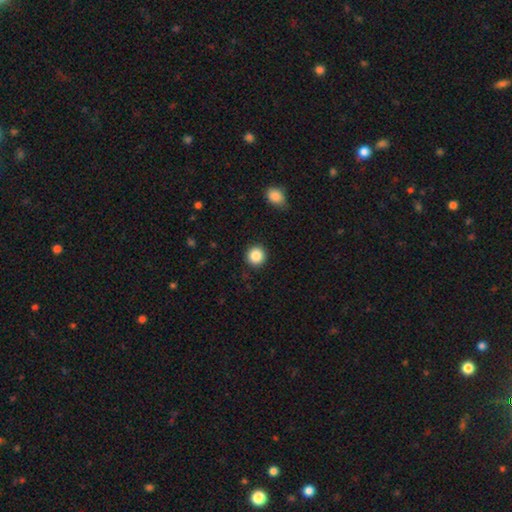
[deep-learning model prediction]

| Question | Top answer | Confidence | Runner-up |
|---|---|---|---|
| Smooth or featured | smooth | 87% | star or artifact (9%) |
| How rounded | round | 94% | in between (5%) |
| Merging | none | 91% | minor disturbance (6%) |